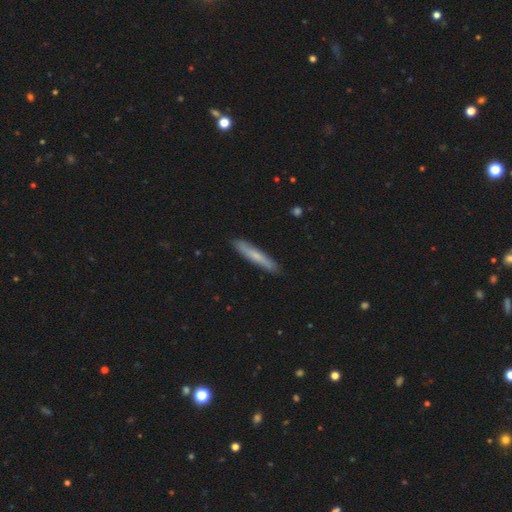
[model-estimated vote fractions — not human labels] Overall: smooth (58%; featured or disk 36%). How rounded: cigar-shaped (93%). Merging: none (87%).